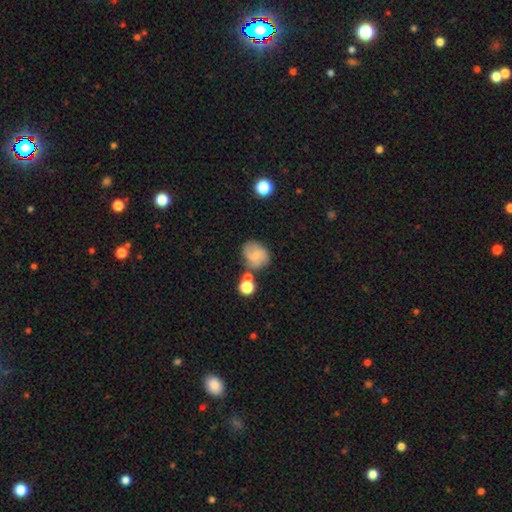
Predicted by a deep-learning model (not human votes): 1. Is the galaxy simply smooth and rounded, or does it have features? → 57% smooth, 32% featured or disk, 11% star or artifact.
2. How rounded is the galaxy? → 60% round, 39% in between, 1% cigar-shaped.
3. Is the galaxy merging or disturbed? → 54% none, 23% minor disturbance, 14% merger, 9% major disturbance.